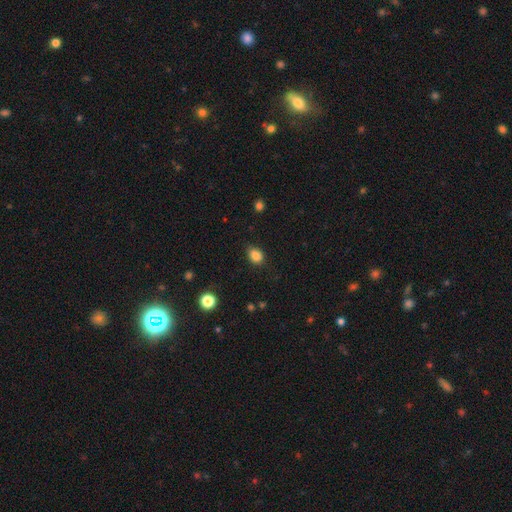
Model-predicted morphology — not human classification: The model was most divided on "how rounded": in between: 58%, round: 41%, cigar-shaped: 1%. More confident: smooth or featured — smooth (85%); merging — none (77%).